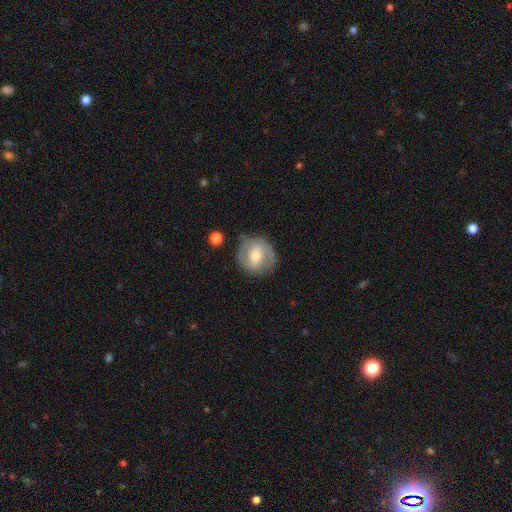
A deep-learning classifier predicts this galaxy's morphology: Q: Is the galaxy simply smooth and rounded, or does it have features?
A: featured or disk — 64%.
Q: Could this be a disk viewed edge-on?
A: no — 96%.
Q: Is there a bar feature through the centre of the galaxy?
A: weak — 47%.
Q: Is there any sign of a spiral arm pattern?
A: yes — 75%.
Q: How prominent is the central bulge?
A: moderate — 63%.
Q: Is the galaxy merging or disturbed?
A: none — 78%.